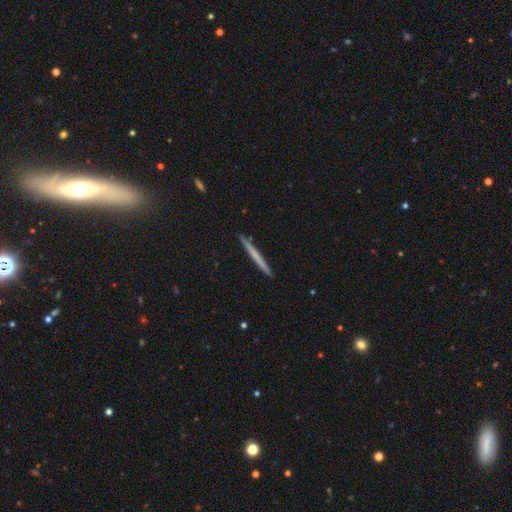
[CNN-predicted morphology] A smooth galaxy with no disk features (52%) that is cigar-shaped (97%). Merging: none (92%).